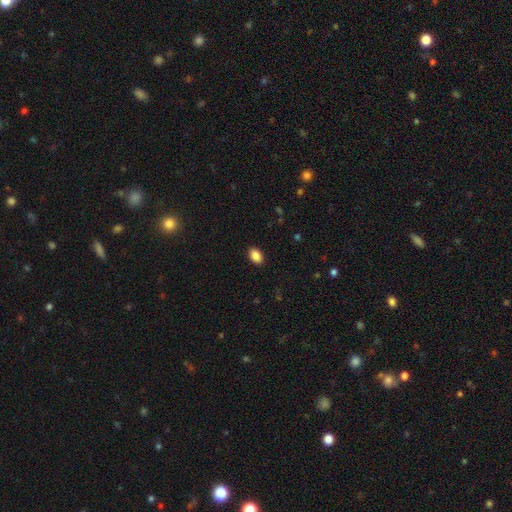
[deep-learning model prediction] smooth 88%, star or artifact 8%, featured or disk 4%. Down the decision tree: how rounded — in between (87%); merging — none (90%).